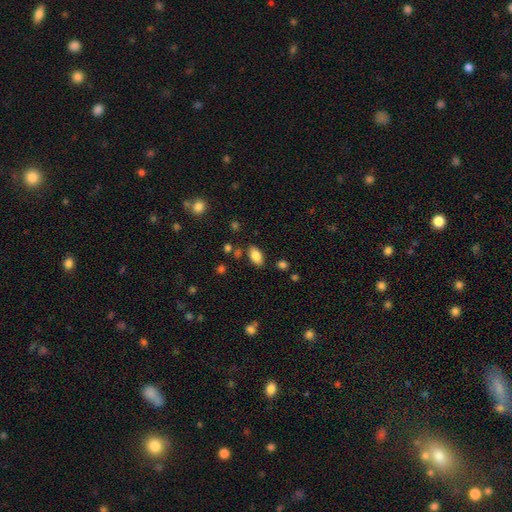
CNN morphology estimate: Overall: smooth (84%). How rounded: in between (93%). Merging: none (83%).